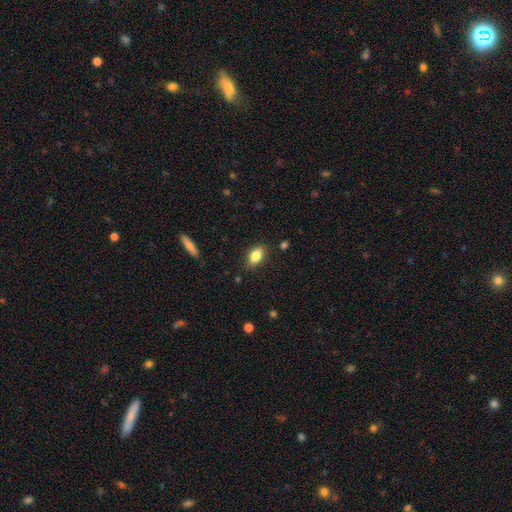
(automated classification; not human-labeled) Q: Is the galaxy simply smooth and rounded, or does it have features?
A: smooth — 82%.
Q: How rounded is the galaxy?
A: in between — 88%.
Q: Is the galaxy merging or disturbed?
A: none — 84%.